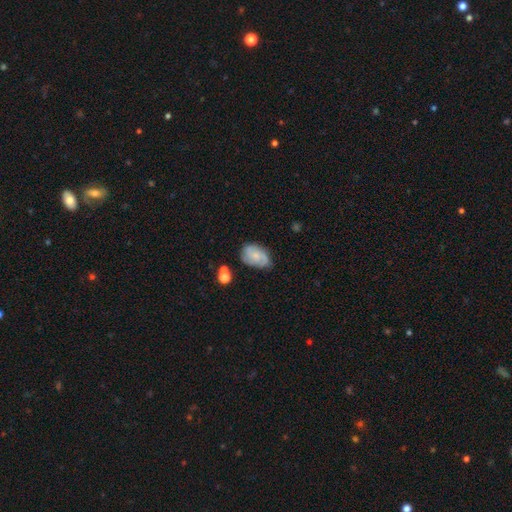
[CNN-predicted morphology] A featured or disk galaxy (56%) with no bar (72%), spiral arms (86%) and a small central bulge (58%). Merging: none (60%).